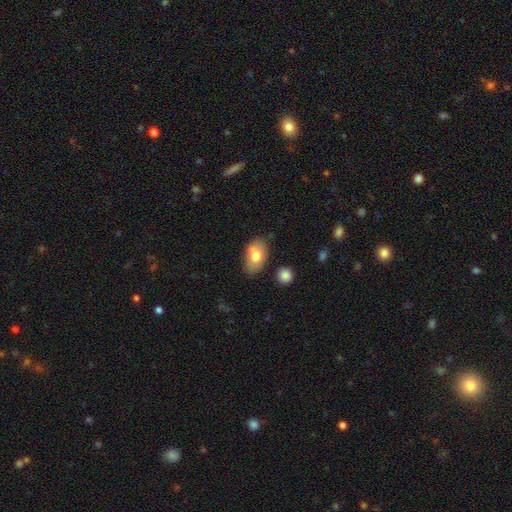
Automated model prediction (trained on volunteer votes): smooth_or_featured: smooth (p=0.74) [alt: featured or disk p=0.19]
how_rounded: in between (p=0.90) [alt: round p=0.09]
merging: none (p=0.68) [alt: minor disturbance p=0.22]